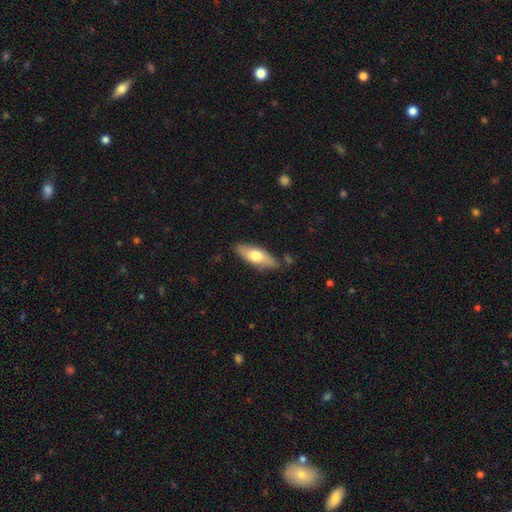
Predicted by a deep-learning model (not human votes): smooth-or-featured: smooth: 65% | featured or disk: 30% | star or artifact: 5%
  how-rounded: in between: 68% | cigar-shaped: 30% | round: 3%
  merging: none: 80% | minor disturbance: 15% | major disturbance: 3% | merger: 3%